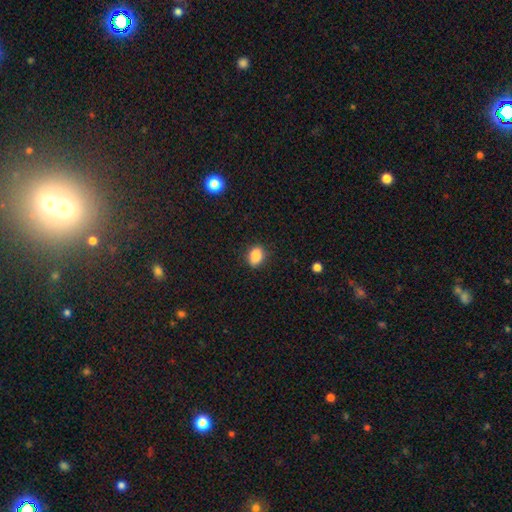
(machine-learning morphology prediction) The model was most divided on "how rounded": in between: 73%, round: 25%, cigar-shaped: 2%. More confident: smooth or featured — smooth (87%); merging — none (86%).